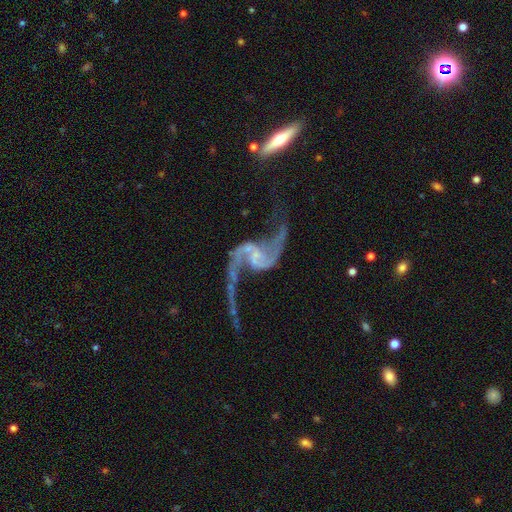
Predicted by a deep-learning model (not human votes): Overall: featured or disk (92%). Edge-on disk: no (98%). Bar: no (47%; weak 39%). Spiral arms: yes (97%). Spiral arm count: 2 (94%). Spiral winding: loose (89%). Bulge size: small (50%; none 36%). Merging: none (52%; major disturbance 21%).